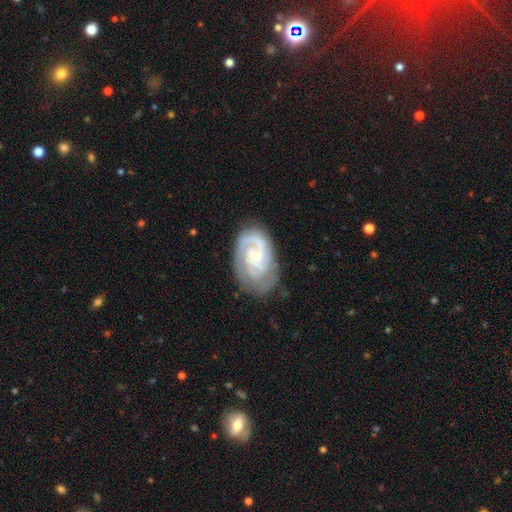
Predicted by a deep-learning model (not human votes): The model was most divided on "bar": no: 53%, weak: 40%, strong: 7%. More confident: edge-on disk — no (98%); spiral arms — yes (97%); smooth or featured — featured or disk (86%); merging — none (69%); spiral winding — tight (59%); spiral arm count — 2 (59%); bulge size — small (54%).